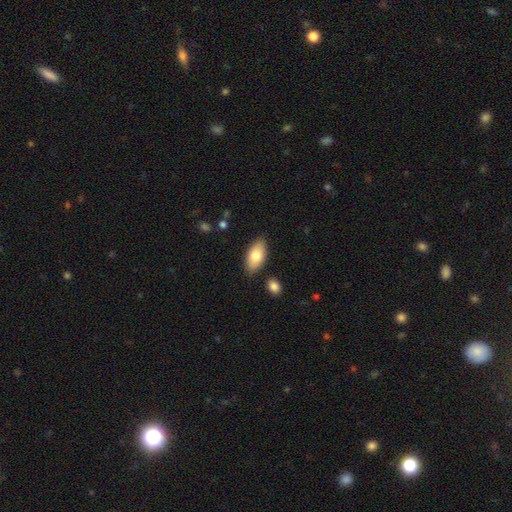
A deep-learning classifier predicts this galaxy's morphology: type=smooth (79%); roundness=in between (92%); merging=none (84%).